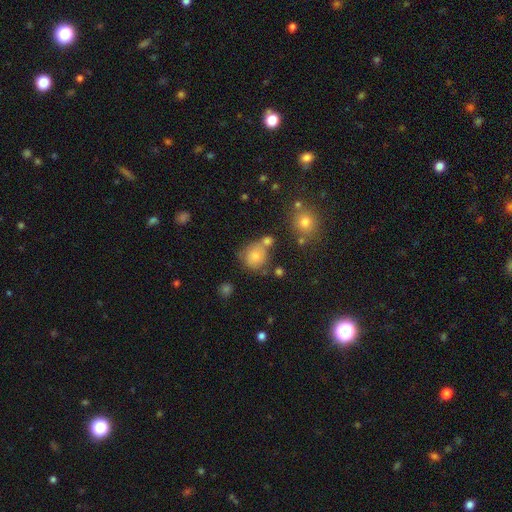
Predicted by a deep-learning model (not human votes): Q: Smooth or featured?
A: smooth (74%); runner-up: featured or disk (13%)
Q: How rounded?
A: round (79%); runner-up: in between (20%)
Q: Merging?
A: none (52%); runner-up: merger (23%)